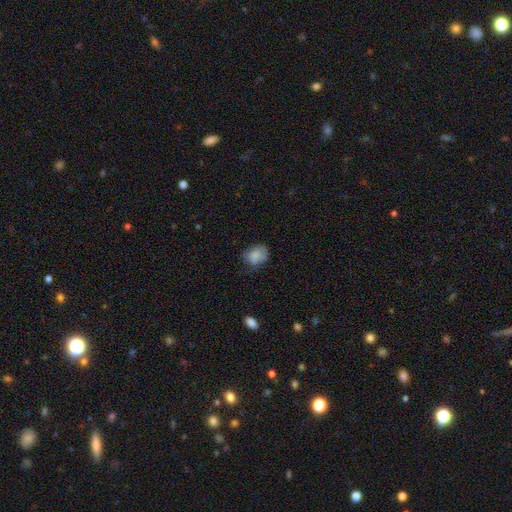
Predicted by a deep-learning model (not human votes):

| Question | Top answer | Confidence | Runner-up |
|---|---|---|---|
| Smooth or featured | smooth | 79% | featured or disk (12%) |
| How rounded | in between | 54% | round (45%) |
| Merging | none | 57% | minor disturbance (30%) |